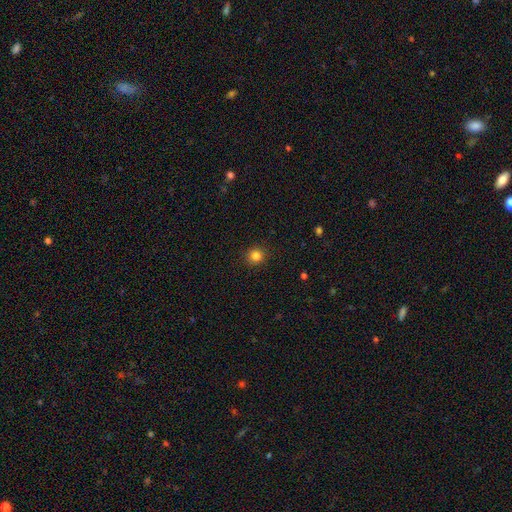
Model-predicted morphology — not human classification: Smooth or featured? Predicted: smooth (p=0.84). How rounded? Predicted: round (p=0.92). Merging? Predicted: none (p=0.91).